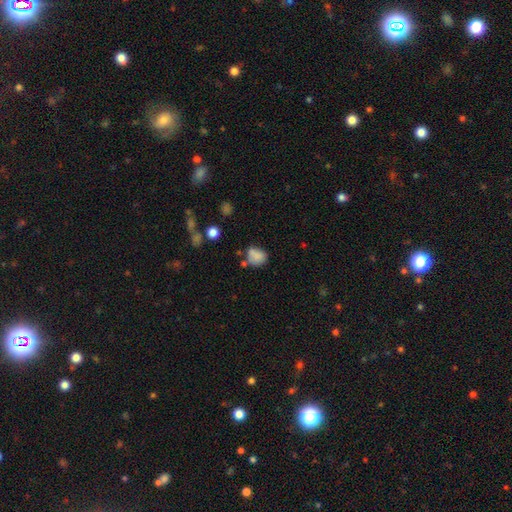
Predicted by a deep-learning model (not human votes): Overall: smooth (79%). How rounded: round (57%; in between 42%). Merging: none (50%; minor disturbance 24%).